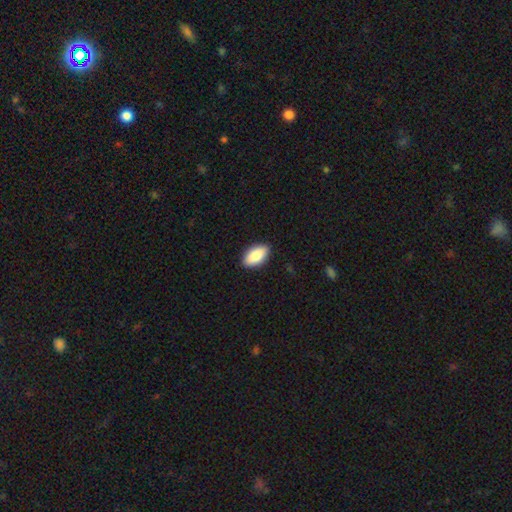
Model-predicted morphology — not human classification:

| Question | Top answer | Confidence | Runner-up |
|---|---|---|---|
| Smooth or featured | smooth | 87% | featured or disk (7%) |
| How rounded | in between | 93% | cigar-shaped (4%) |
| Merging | none | 90% | minor disturbance (8%) |